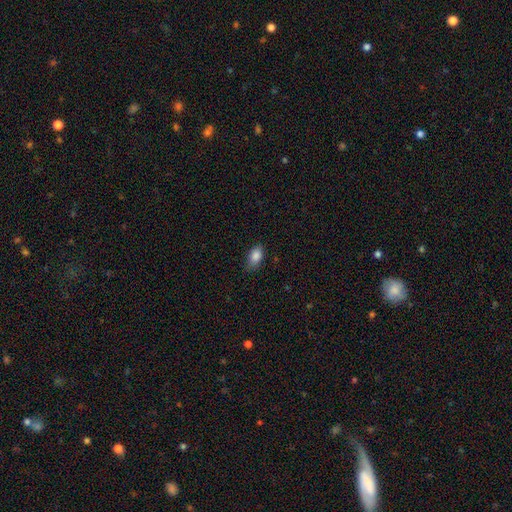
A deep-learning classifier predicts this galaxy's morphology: A smooth galaxy with no disk features (86%) that is in between round and cigar-shaped (89%). Merging: none (77%).